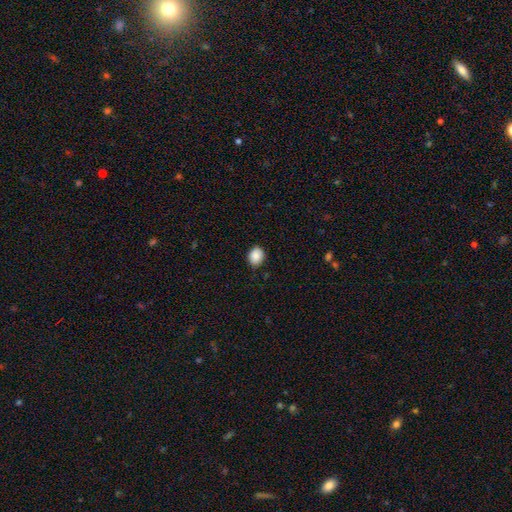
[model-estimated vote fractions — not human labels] The model was most divided on "how rounded": round: 59%, in between: 40%, cigar-shaped: 1%. More confident: smooth or featured — smooth (88%); merging — none (84%).